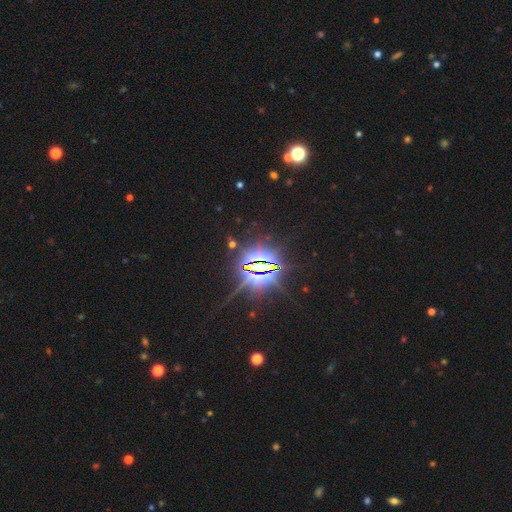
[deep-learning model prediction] star or artifact 87%, featured or disk 7%, smooth 6%.